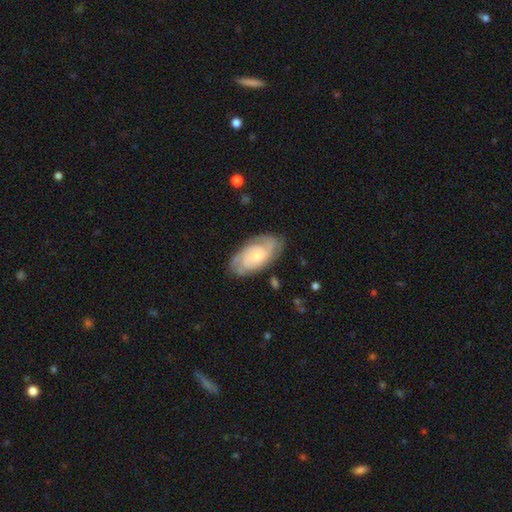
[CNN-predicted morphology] Smooth or featured?
  - featured or disk: 75% *
  - smooth: 19%
  - star or artifact: 5%
Edge-on disk?
  - no: 95% *
  - yes: 5%
Bar?
  - no: 72% *
  - weak: 24%
  - strong: 4%
Spiral arms?
  - yes: 94% *
  - no: 6%
Spiral winding?
  - tight: 59% *
  - medium: 34%
  - loose: 8%
Spiral arm count?
  - 2: 39% *
  - can't tell: 28%
  - 3: 20%
  - 4: 6%
  - 1: 4%
  - more than 4: 3%
Bulge size?
  - small: 53% *
  - moderate: 35%
  - large: 5%
  - none: 5%
  - dominant: 1%
Merging?
  - none: 77% *
  - minor disturbance: 17%
  - major disturbance: 5%
  - merger: 1%